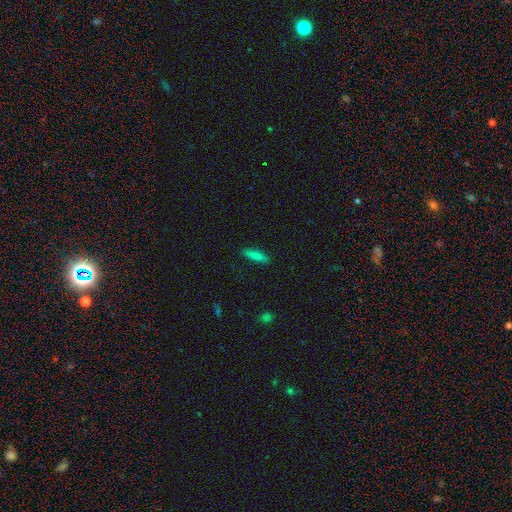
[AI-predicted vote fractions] Smooth or featured? Predicted: smooth (p=0.80). How rounded? Predicted: cigar-shaped (p=0.78). Merging? Predicted: none (p=0.88).